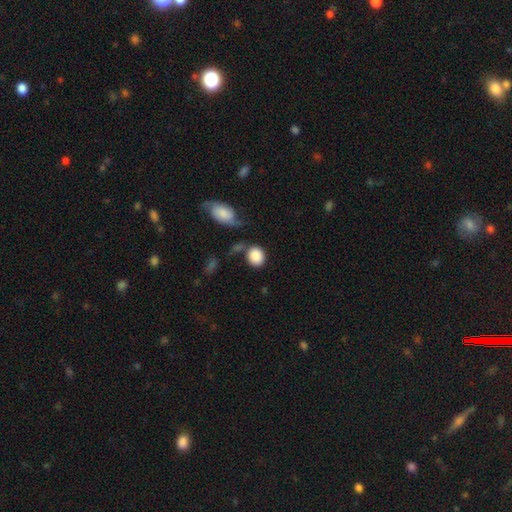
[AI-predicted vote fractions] Smooth or featured? Predicted: smooth (p=0.88). How rounded? Predicted: round (p=0.61). Merging? Predicted: none (p=0.60).